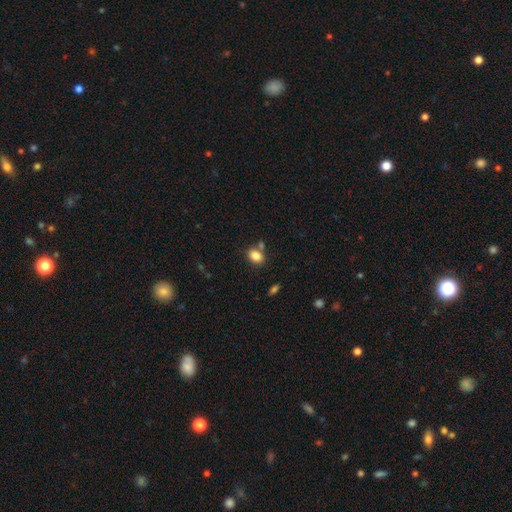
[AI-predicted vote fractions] This appears to be a smooth galaxy with no disk features (84%) that is in between round and cigar-shaped (74%). Merging: none (65%).